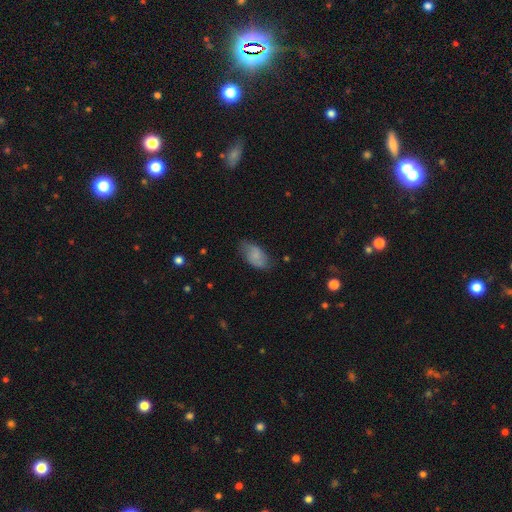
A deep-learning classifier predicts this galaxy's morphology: Smooth or featured? Predicted: smooth (p=0.73). How rounded? Predicted: in between (p=0.93). Merging? Predicted: none (p=0.68).